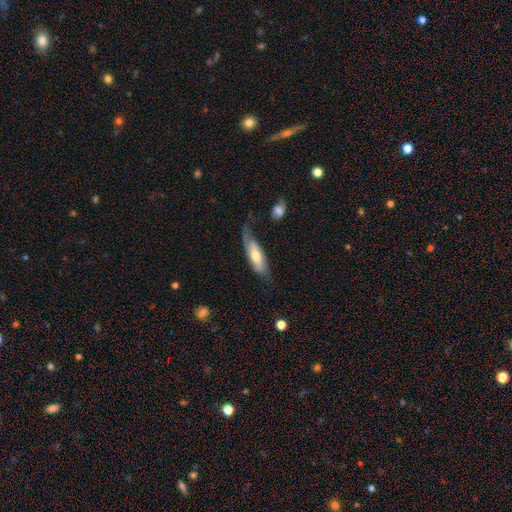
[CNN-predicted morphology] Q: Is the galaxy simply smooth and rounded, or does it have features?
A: smooth — 54%.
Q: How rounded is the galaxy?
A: in between — 58%.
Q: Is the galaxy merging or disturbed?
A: none — 50%.